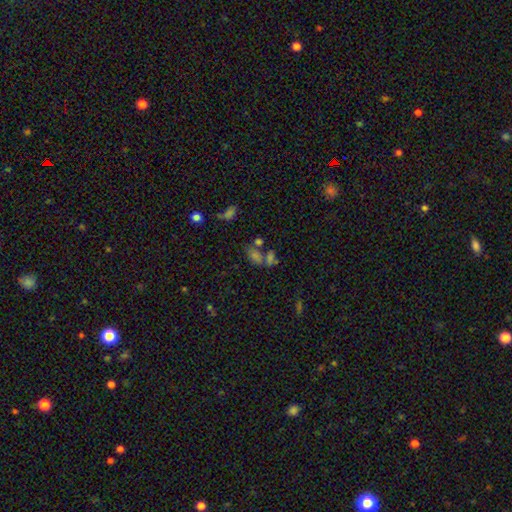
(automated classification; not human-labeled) A smooth galaxy with no disk features (50%) that is in between round and cigar-shaped (72%). Merging: merger (39%, tied with none).